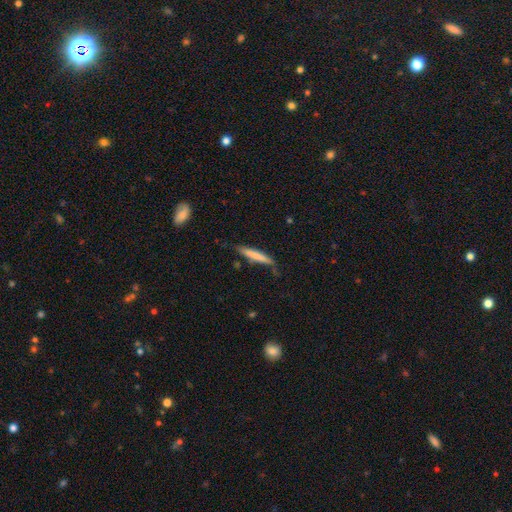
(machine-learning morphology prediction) This appears to be a smooth galaxy with no disk features (70%) that is cigar-shaped (92%). Merging: none (74%).